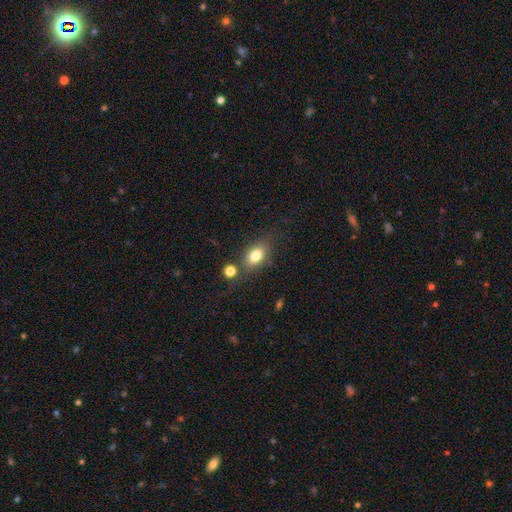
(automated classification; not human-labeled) The model was most divided on "merging": none: 69%, minor disturbance: 15%, merger: 10%, major disturbance: 6%. More confident: how rounded — in between (79%); smooth or featured — smooth (78%).